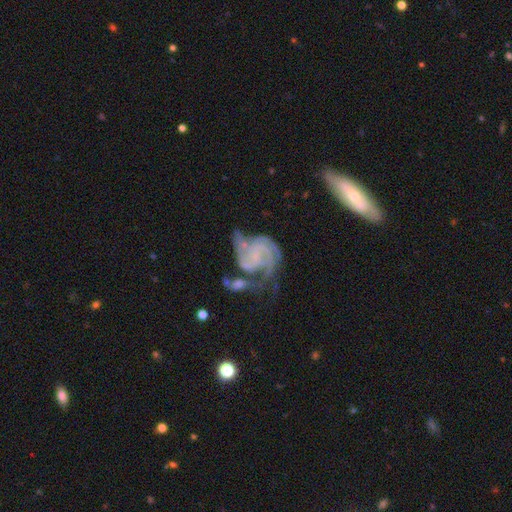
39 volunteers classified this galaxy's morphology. This appears to be a featured or disk galaxy (97%) with no bar (62%), 3 (57%) tight (46%) spiral arms (100%) and no central bulge (51%). Merging: none (44%).